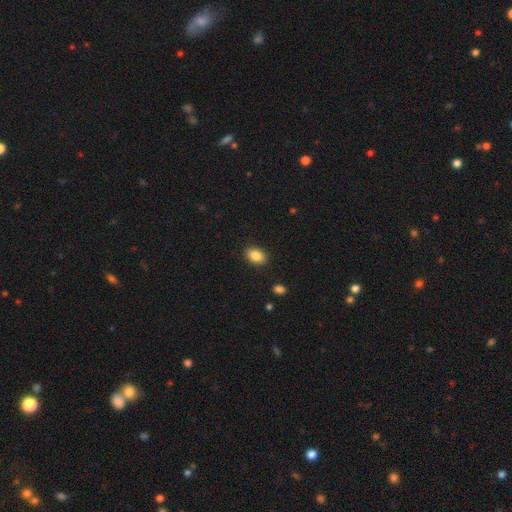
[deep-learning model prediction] This is clearly a smooth galaxy (88%). How rounded: clearly in between (86%). Merging: clearly none (89%).